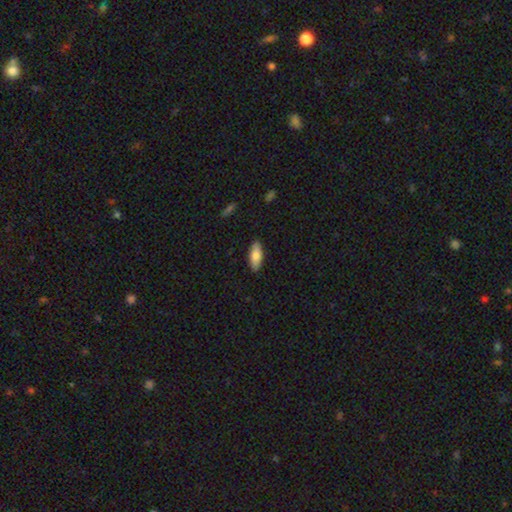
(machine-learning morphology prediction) smooth-or-featured: smooth: 78% | featured or disk: 16% | star or artifact: 6%
  how-rounded: in between: 74% | cigar-shaped: 24% | round: 2%
  merging: none: 89% | minor disturbance: 9% | major disturbance: 2% | merger: 1%